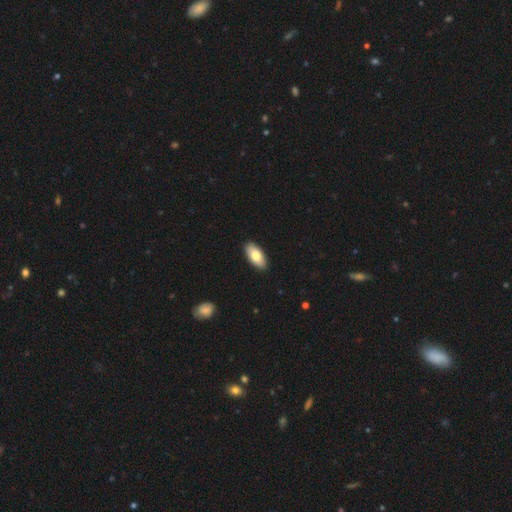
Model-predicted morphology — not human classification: smooth-or-featured: smooth: 77% | featured or disk: 17% | star or artifact: 6%
  how-rounded: in between: 91% | cigar-shaped: 7% | round: 2%
  merging: none: 91% | minor disturbance: 6% | major disturbance: 1% | merger: 1%